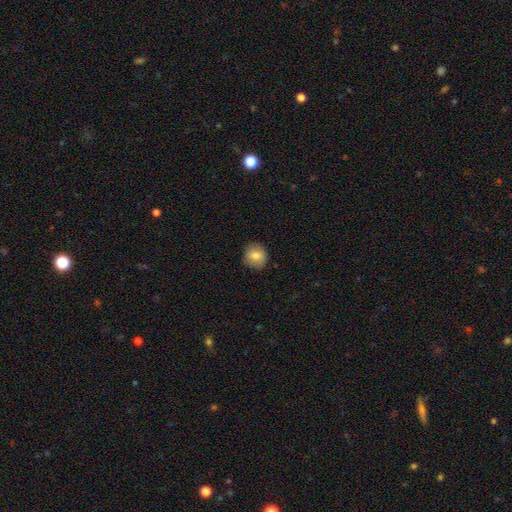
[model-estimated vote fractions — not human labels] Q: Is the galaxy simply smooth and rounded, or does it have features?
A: smooth — 82%.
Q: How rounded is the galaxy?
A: round — 89%.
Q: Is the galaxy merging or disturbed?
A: none — 88%.